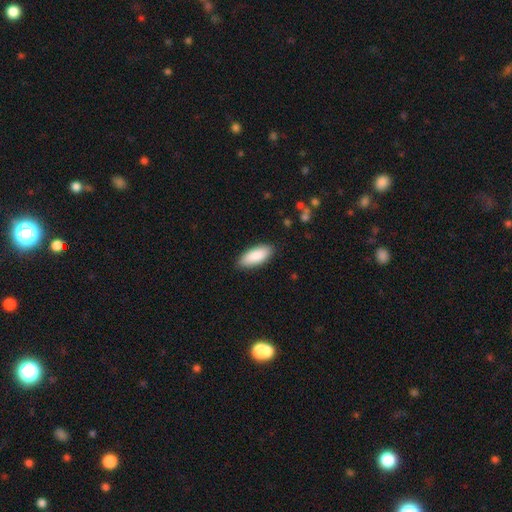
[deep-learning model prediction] smooth_or_featured: smooth (p=0.89) [alt: featured or disk p=0.06]
how_rounded: in between (p=0.84) [alt: cigar-shaped p=0.14]
merging: none (p=0.86) [alt: minor disturbance p=0.11]